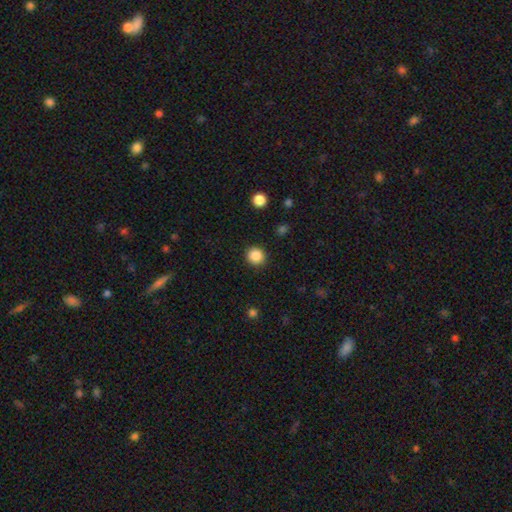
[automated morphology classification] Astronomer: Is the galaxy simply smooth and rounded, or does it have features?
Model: smooth — 87%.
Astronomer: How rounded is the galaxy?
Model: round — 92%.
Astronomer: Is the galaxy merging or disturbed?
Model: none — 91%.